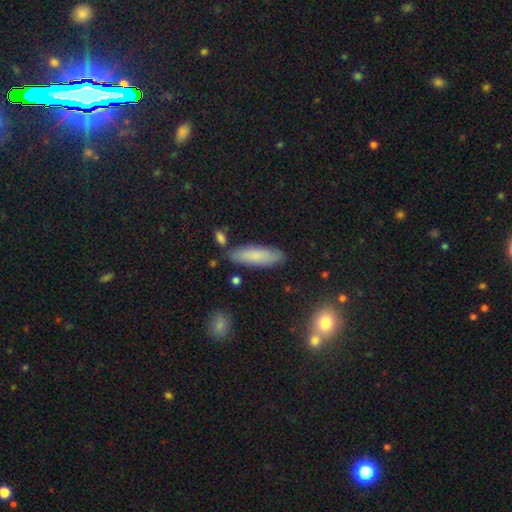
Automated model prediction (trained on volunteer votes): This is clearly a smooth galaxy (81%). How rounded: possibly cigar-shaped (58%). Merging: clearly none (82%).